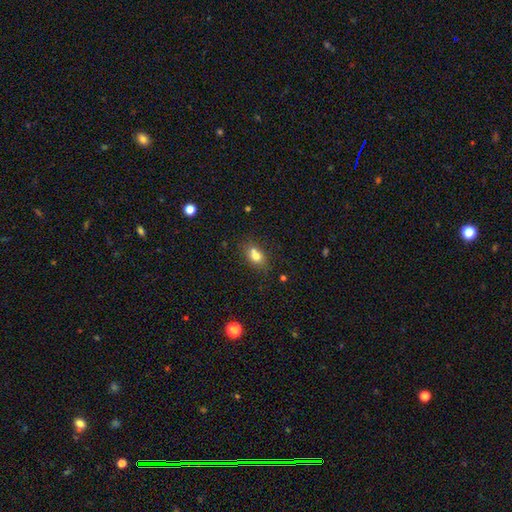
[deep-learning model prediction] Morphology: type=smooth (73%); roundness=in between (71%); merging=none (52%).